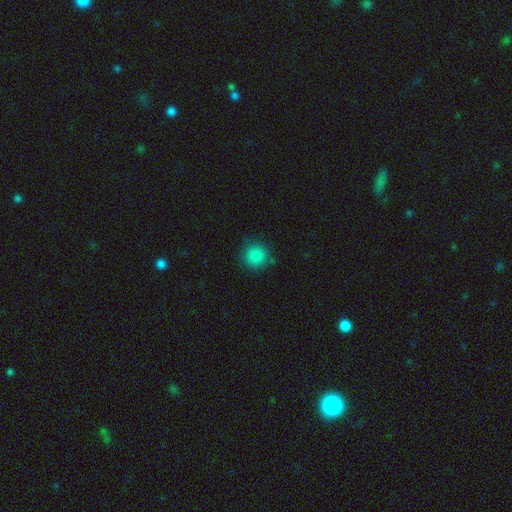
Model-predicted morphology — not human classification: Smooth or featured?
  - smooth: 85% *
  - star or artifact: 10%
  - featured or disk: 4%
How rounded?
  - round: 91% *
  - in between: 8%
  - cigar-shaped: 1%
Merging?
  - none: 83% *
  - minor disturbance: 12%
  - major disturbance: 3%
  - merger: 2%